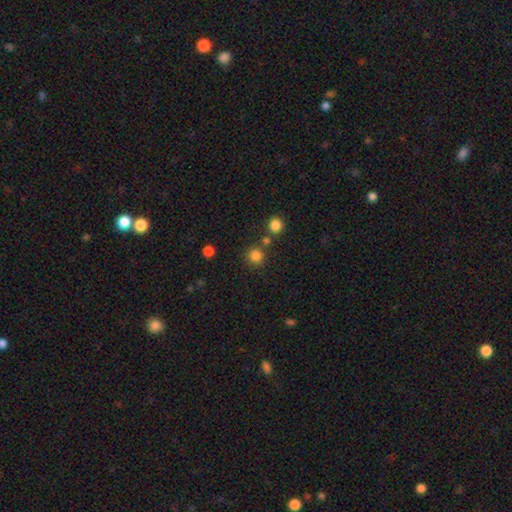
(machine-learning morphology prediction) Overall: smooth (82%). How rounded: round (93%). Merging: none (80%).